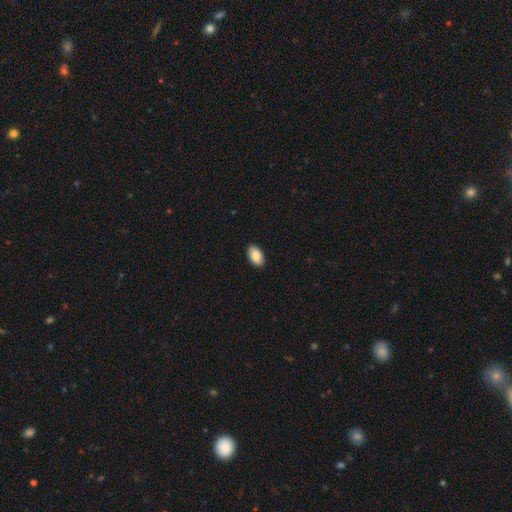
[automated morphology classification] smooth_or_featured: smooth (p=0.86) [alt: featured or disk p=0.08]
how_rounded: in between (p=0.94) [alt: round p=0.05]
merging: none (p=0.89) [alt: minor disturbance p=0.08]